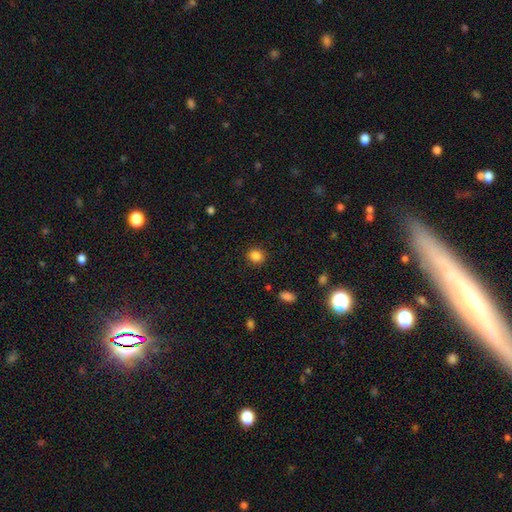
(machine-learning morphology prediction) This appears to be a smooth galaxy with no disk features (85%) that is round (78%). Merging: none (89%).